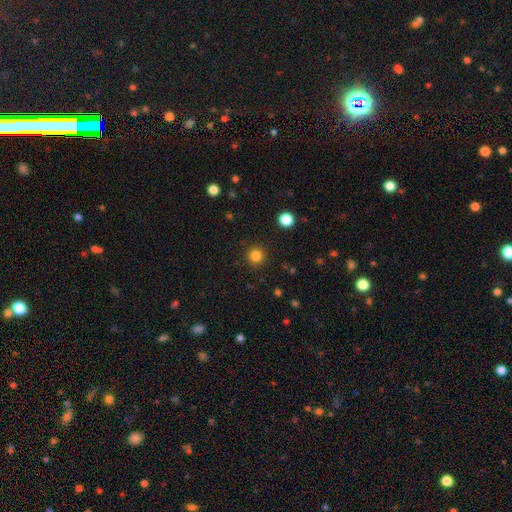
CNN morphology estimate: The model was most divided on "smooth or featured": smooth: 83%, star or artifact: 13%, featured or disk: 4%. More confident: how rounded — round (94%); merging — none (91%).